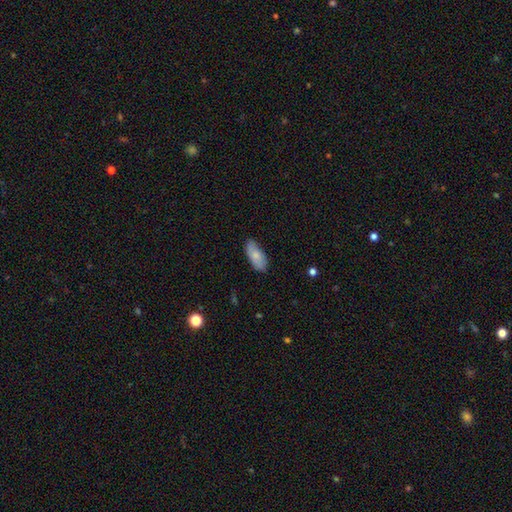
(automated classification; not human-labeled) A smooth galaxy with no disk features (77%) that is in between round and cigar-shaped (87%). Merging: none (81%).